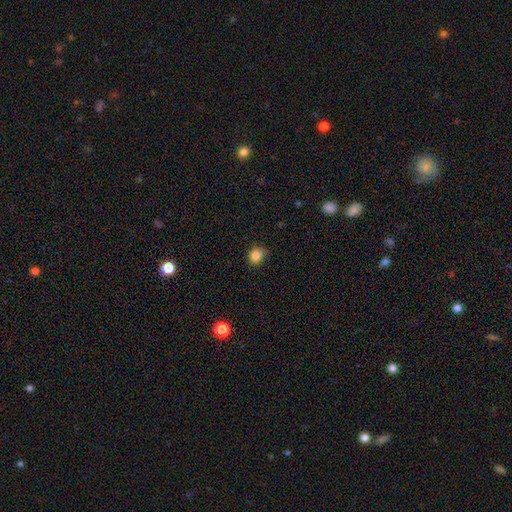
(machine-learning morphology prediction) smooth-or-featured: smooth: 84% | star or artifact: 11% | featured or disk: 5%
  how-rounded: round: 71% | in between: 28% | cigar-shaped: 1%
  merging: none: 74% | minor disturbance: 21% | major disturbance: 3% | merger: 1%